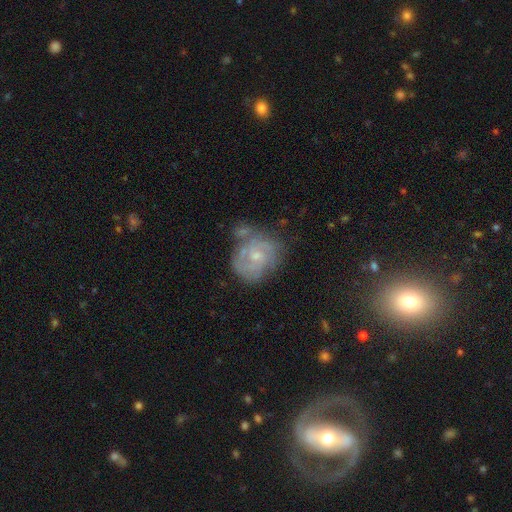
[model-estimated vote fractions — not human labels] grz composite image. It shows a featured or disk galaxy (72%) with no bar (67%), tight (54%) spiral arms (85%) and a small central bulge (58%). Merging: none (52%).